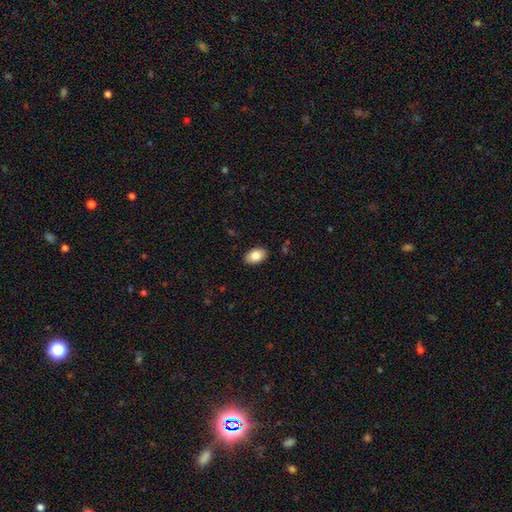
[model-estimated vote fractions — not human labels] A smooth galaxy with no disk features (82%) that is in between round and cigar-shaped (92%).

Vote fractions:
- Smooth or featured? smooth: 82% / featured or disk: 11% / star or artifact: 7%
- How rounded? in between: 92% / round: 7% / cigar-shaped: 1%
- Merging? none: 89% / minor disturbance: 8% / major disturbance: 2% / merger: 1%